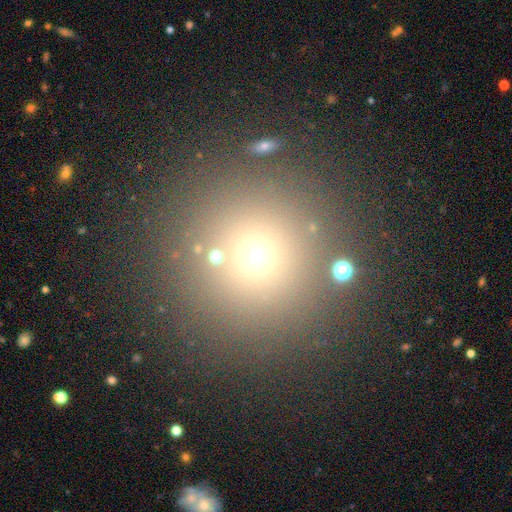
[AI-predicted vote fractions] smooth 62%, star or artifact 29%, featured or disk 9%. Down the decision tree: how rounded — round (95%); merging — none (85%).